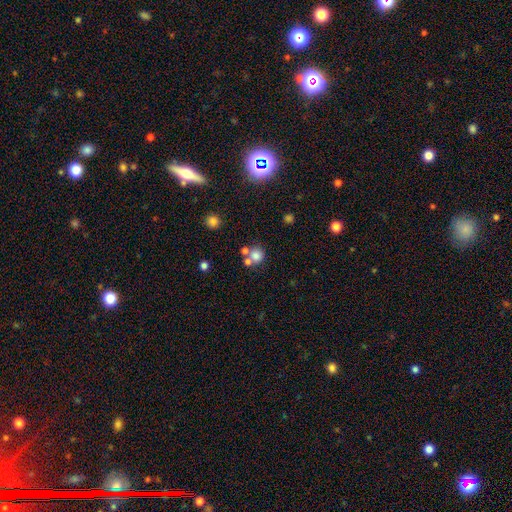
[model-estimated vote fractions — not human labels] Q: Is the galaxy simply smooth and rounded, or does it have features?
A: smooth — 77%.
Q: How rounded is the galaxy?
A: round — 87%.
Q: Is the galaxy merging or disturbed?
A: none — 55%.